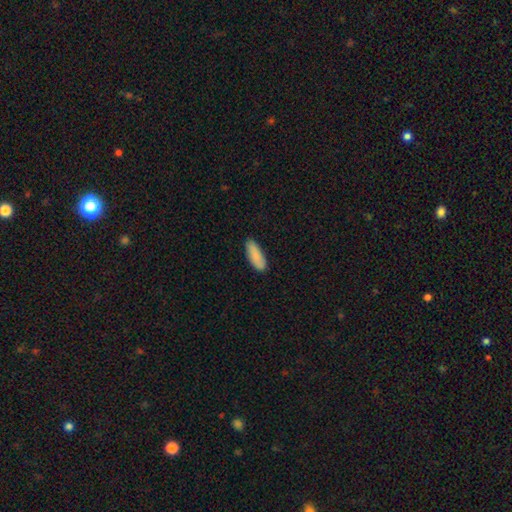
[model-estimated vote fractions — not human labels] A smooth galaxy with no disk features (88%) that is in between round and cigar-shaped (68%). Merging: none (87%).